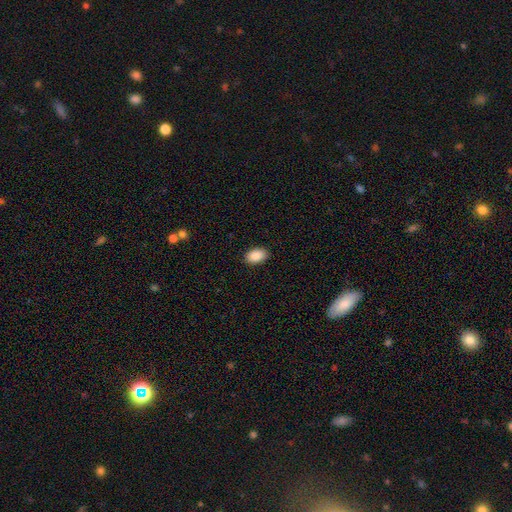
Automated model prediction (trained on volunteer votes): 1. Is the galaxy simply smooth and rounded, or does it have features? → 90% smooth, 7% star or artifact, 3% featured or disk.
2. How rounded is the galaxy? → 89% in between, 10% round, 1% cigar-shaped.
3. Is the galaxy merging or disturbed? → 88% none, 8% minor disturbance, 2% major disturbance, 1% merger.